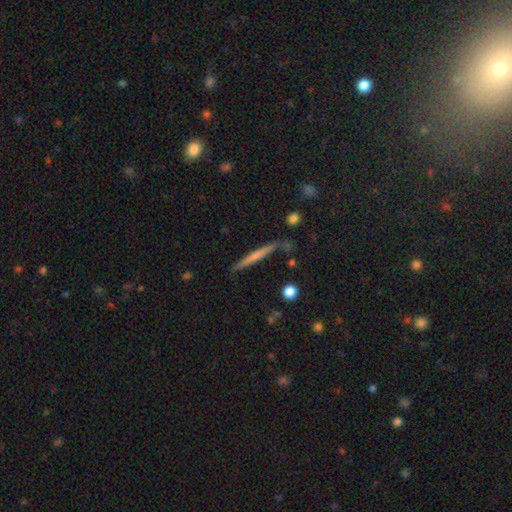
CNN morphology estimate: Overall: smooth (48%; featured or disk 46%). Merging: none (81%).